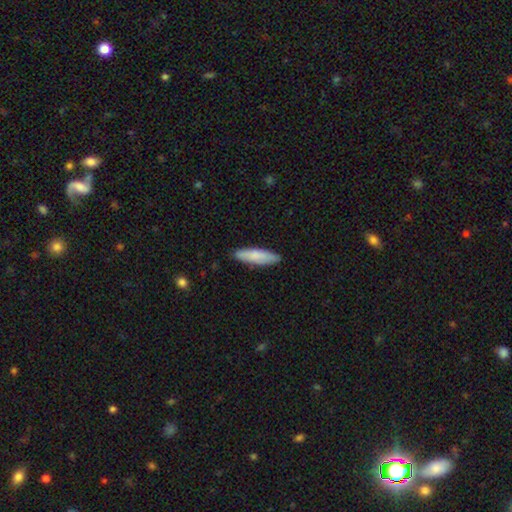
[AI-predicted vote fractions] smooth-or-featured: smooth: 81% | featured or disk: 13% | star or artifact: 5%
  how-rounded: cigar-shaped: 70% | in between: 29% | round: 1%
  merging: none: 88% | minor disturbance: 10% | major disturbance: 2% | merger: 1%